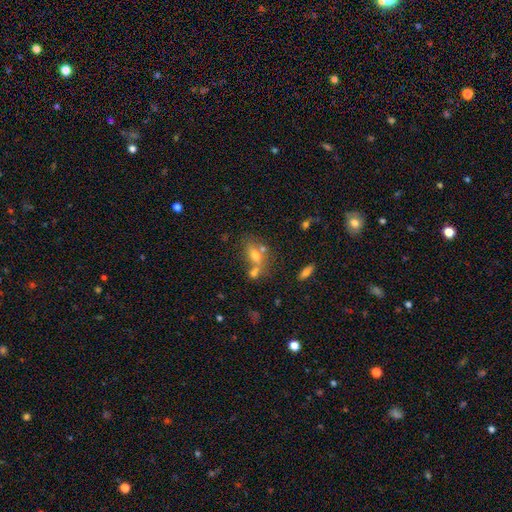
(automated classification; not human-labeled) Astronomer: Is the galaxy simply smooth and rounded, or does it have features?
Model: smooth — 62%.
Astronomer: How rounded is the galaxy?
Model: in between — 69%.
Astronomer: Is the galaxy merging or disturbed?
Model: merger — 43% (runner-up: none, 38%).